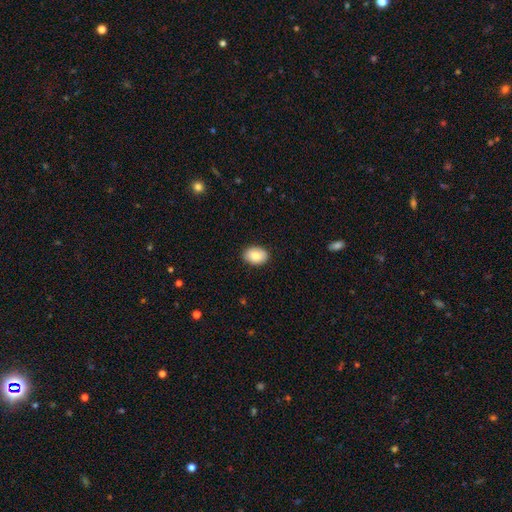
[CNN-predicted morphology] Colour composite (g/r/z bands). It shows a smooth galaxy with no disk features (84%) that is in between round and cigar-shaped (80%). Merging: none (88%).